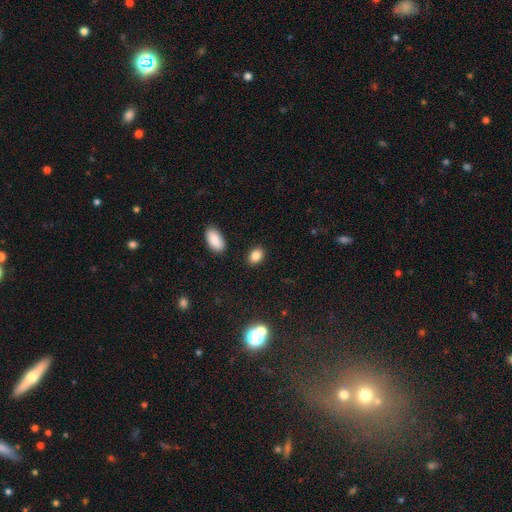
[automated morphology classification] The model was most divided on "how rounded": in between: 74%, round: 24%, cigar-shaped: 1%. More confident: merging — none (87%); smooth or featured — smooth (85%).